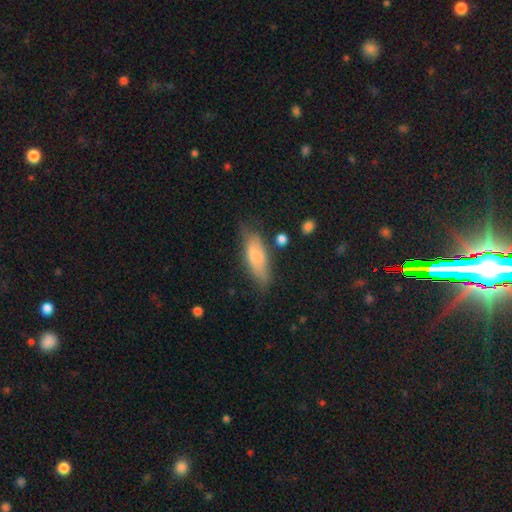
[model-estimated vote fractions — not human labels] smooth_or_featured: smooth (p=0.70) [alt: featured or disk p=0.23]
how_rounded: in between (p=0.56) [alt: cigar-shaped p=0.42]
merging: none (p=0.61) [alt: minor disturbance p=0.27]